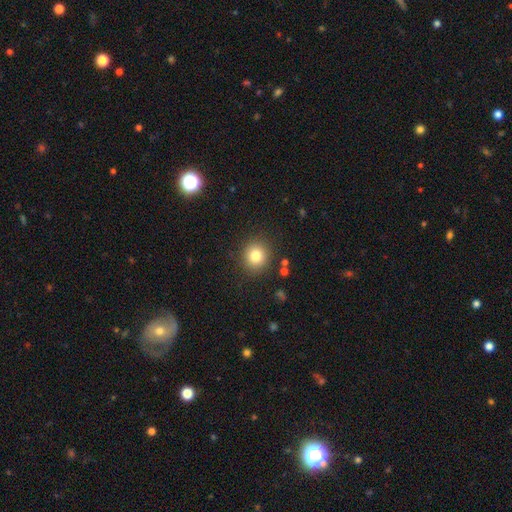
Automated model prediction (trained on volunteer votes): smooth_or_featured: smooth (p=0.81) [alt: star or artifact p=0.11]
how_rounded: round (p=0.87) [alt: in between p=0.12]
merging: none (p=0.88) [alt: minor disturbance p=0.08]